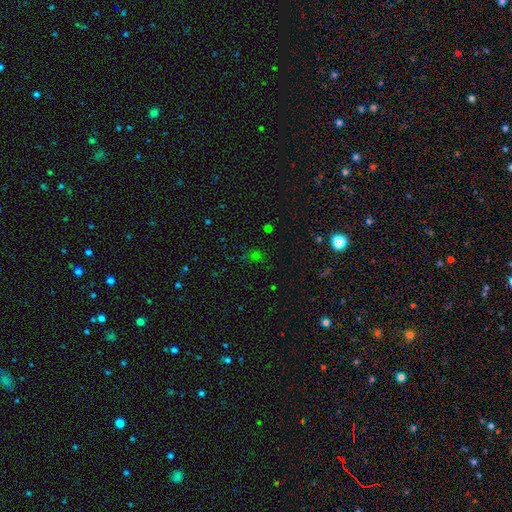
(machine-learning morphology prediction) type=smooth (49%); merging=none (69%).